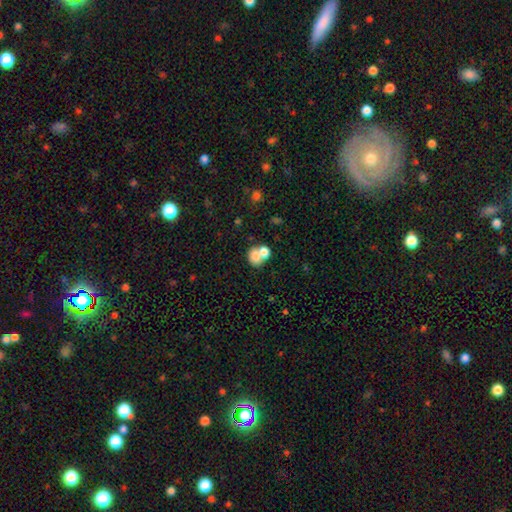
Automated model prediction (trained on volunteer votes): A smooth galaxy with no disk features (74%) that is round (56%).

Vote fractions:
- Smooth or featured? smooth: 74% / featured or disk: 17% / star or artifact: 9%
- How rounded? round: 56% / in between: 43% / cigar-shaped: 1%
- Merging? merger: 64% / none: 25% / minor disturbance: 7% / major disturbance: 4%